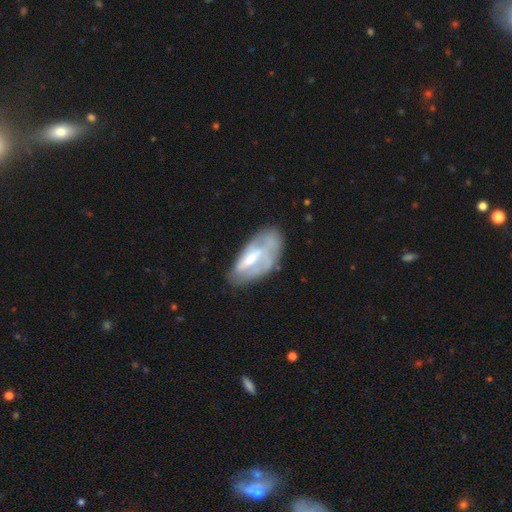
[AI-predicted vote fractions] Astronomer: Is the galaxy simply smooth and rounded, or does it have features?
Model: featured or disk — 58% (runner-up: smooth, 34%).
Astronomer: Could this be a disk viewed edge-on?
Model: no — 89%.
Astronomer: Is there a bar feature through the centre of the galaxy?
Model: weak — 40% (runner-up: no, 35%).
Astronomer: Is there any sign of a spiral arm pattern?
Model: no — 55% (runner-up: yes, 45%).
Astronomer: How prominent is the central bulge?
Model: moderate — 44% (runner-up: small, 36%).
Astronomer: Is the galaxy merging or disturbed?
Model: none — 50% (runner-up: minor disturbance, 28%).